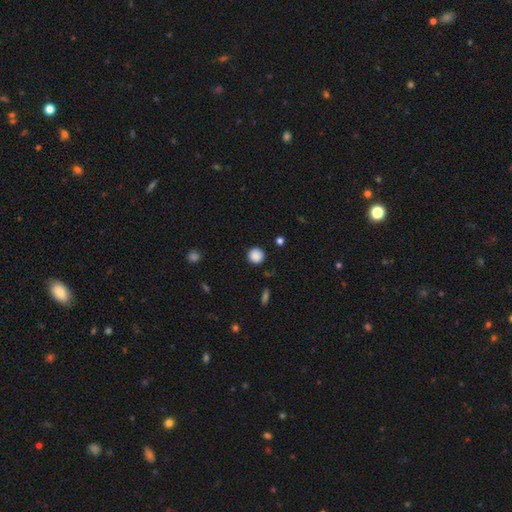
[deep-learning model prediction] Smooth or featured? Predicted: smooth (p=0.87). How rounded? Predicted: round (p=0.94). Merging? Predicted: none (p=0.90).